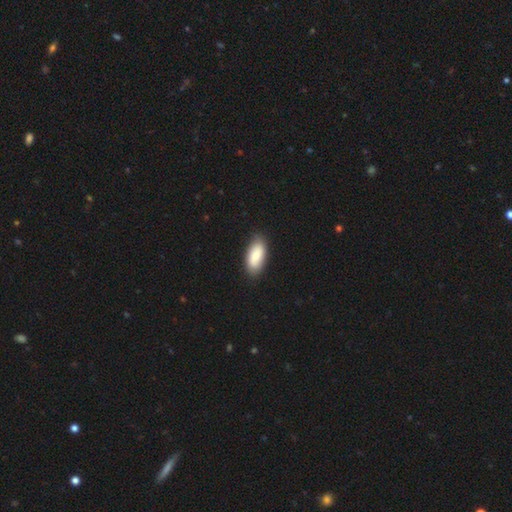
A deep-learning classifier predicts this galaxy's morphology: Smooth or featured: smooth — 78% (featured or disk — 16%)
How rounded: in between — 92% (cigar-shaped — 6%)
Merging: none — 85% (minor disturbance — 11%)